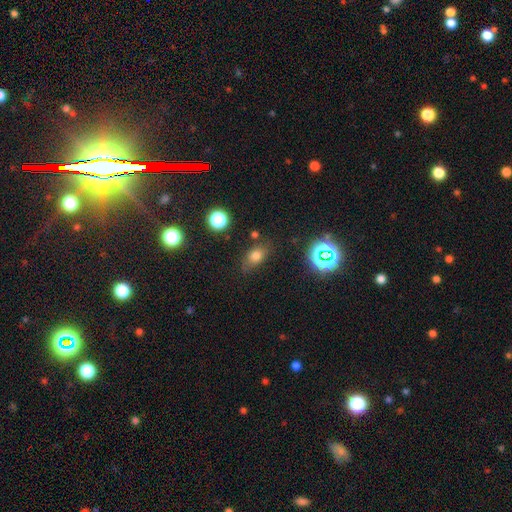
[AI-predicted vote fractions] smooth-or-featured: smooth: 71% | star or artifact: 17% | featured or disk: 12%
  how-rounded: in between: 74% | round: 22% | cigar-shaped: 4%
  merging: none: 74% | minor disturbance: 17% | major disturbance: 5% | merger: 4%